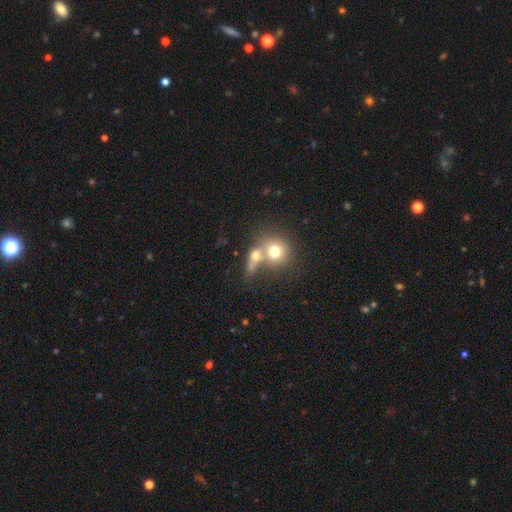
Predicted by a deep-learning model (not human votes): smooth 67%, featured or disk 22%, star or artifact 10%. Down the decision tree: how rounded — round (63%); merging — merger (61%).